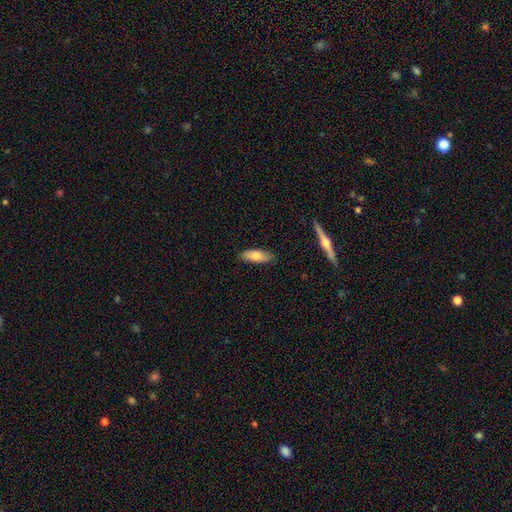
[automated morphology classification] A smooth galaxy with no disk features (81%) that is in between round and cigar-shaped (64%). Merging: none (85%).